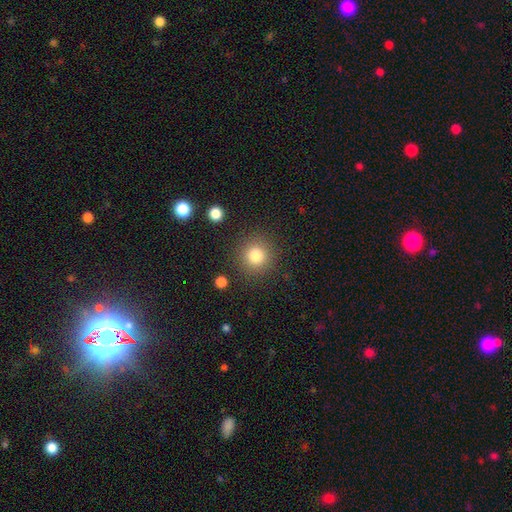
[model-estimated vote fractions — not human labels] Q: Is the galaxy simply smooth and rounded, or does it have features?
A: smooth — 82%.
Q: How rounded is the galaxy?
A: round — 93%.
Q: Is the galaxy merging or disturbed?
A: none — 88%.